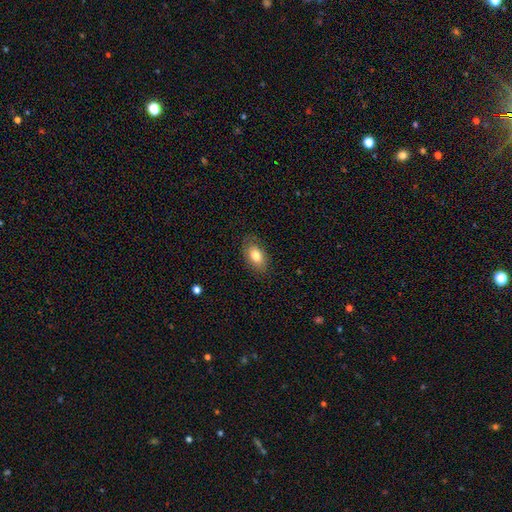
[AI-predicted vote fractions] A smooth galaxy with no disk features (78%) that is in between round and cigar-shaped (89%).

Vote fractions:
- Smooth or featured? smooth: 78% / featured or disk: 14% / star or artifact: 8%
- How rounded? in between: 89% / round: 9% / cigar-shaped: 2%
- Merging? none: 82% / minor disturbance: 14% / major disturbance: 3% / merger: 1%